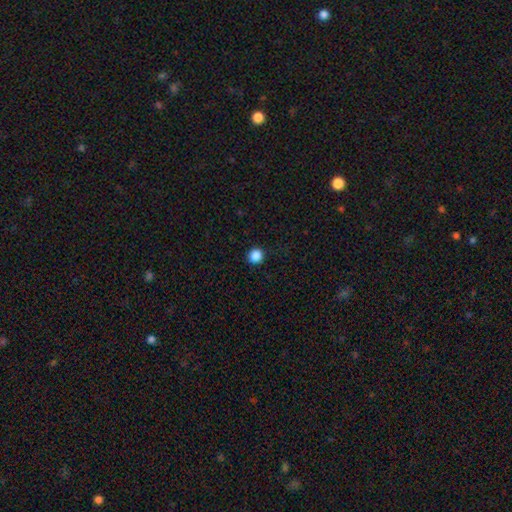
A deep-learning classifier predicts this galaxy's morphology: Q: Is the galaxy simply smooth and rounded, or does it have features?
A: smooth — 87%.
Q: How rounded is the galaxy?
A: round — 94%.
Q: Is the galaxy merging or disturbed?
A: none — 92%.